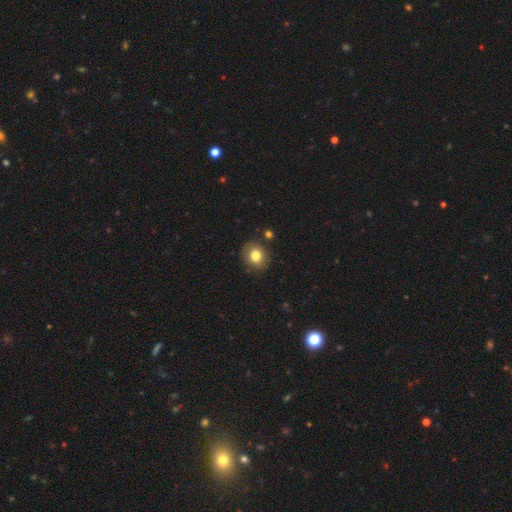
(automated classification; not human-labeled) Smooth or featured? smooth (80%)
How rounded? round (70%)
Merging? none (85%)